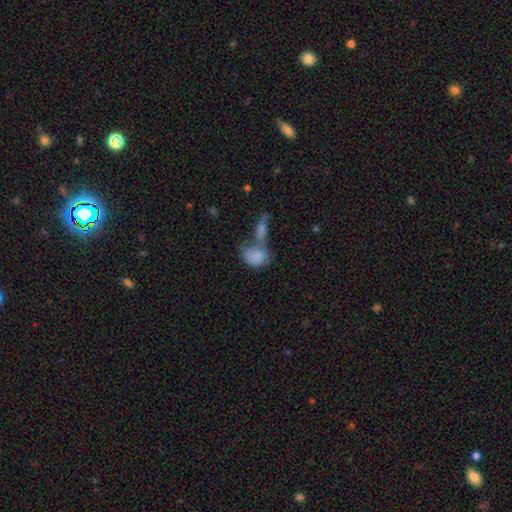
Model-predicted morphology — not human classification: Smooth or featured? smooth (80%)
How rounded? in between (78%)
Merging? merger (58%)